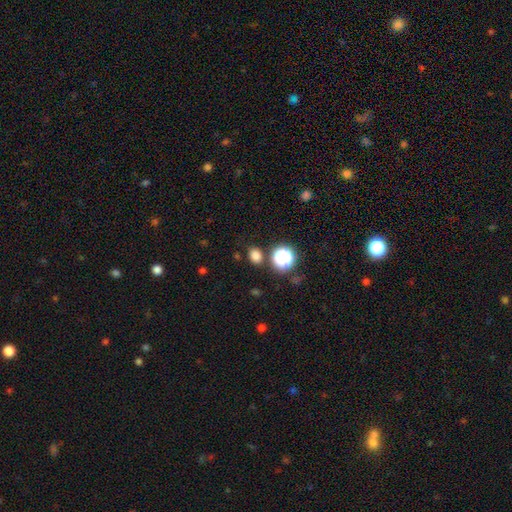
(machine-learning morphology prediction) type=smooth (77%); roundness=round (53%); merging=none (81%).